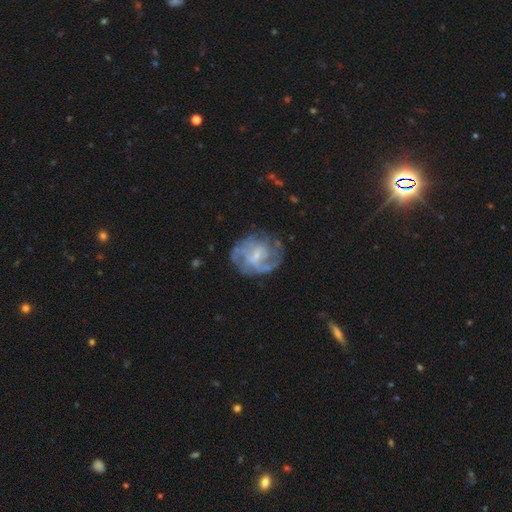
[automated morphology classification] This appears to be a featured or disk galaxy (73%) with a weak bar (53%), medium (40%) spiral arms (74%) and a small central bulge (57%). Merging: none (61%).